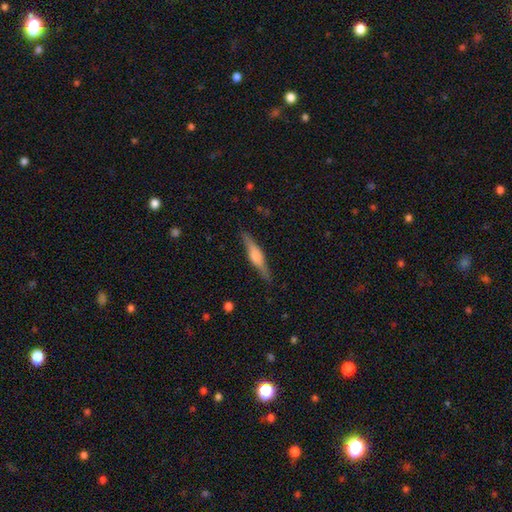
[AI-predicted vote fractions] A featured or disk galaxy (61%) viewed edge-on (96%) with a rounded central bulge (65%). Merging: none (86%).